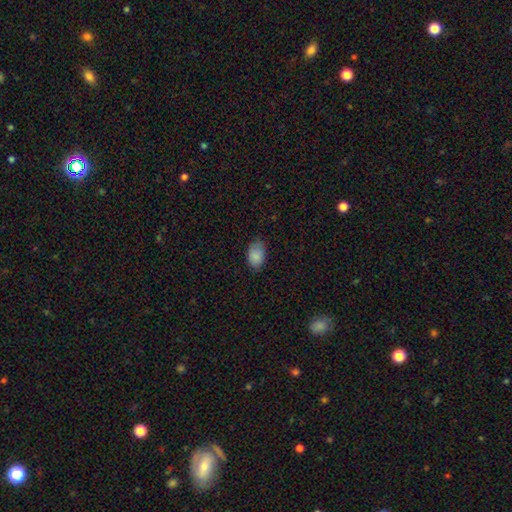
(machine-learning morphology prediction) smooth-or-featured: smooth: 87% | star or artifact: 8% | featured or disk: 5%
  how-rounded: in between: 88% | round: 11% | cigar-shaped: 1%
  merging: none: 73% | minor disturbance: 22% | major disturbance: 4% | merger: 1%